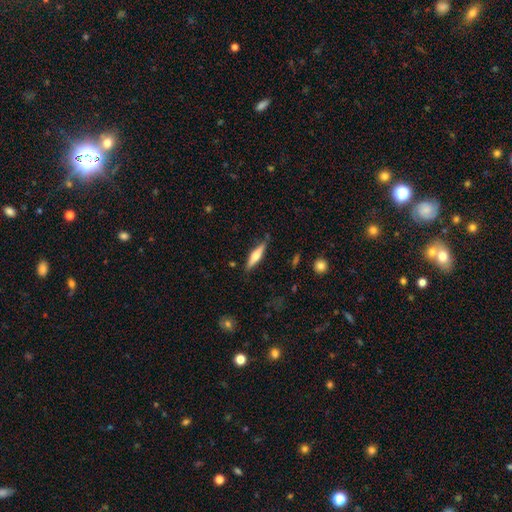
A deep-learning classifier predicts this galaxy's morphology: Smooth or featured? Predicted: featured or disk (p=0.47, tied with smooth). Merging? Predicted: none (p=0.83).